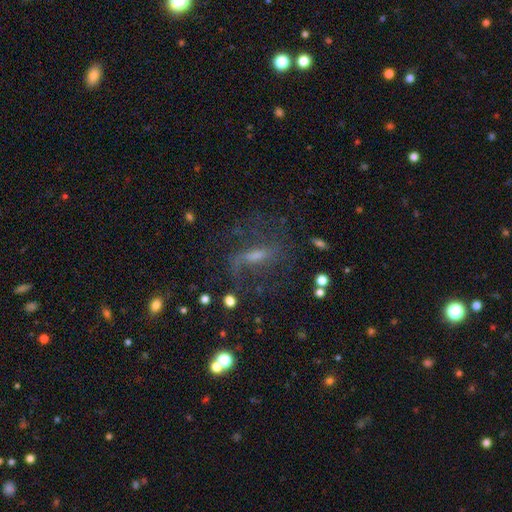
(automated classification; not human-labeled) smooth-or-featured: featured or disk: 68% | smooth: 18% | star or artifact: 14%
  disk-edge-on: no: 87% | yes: 13%
    bar: weak: 44% | strong: 35% | no: 21%
    has-spiral-arms: yes: 83% | no: 17%
    bulge-size: small: 38% | moderate: 35% | none: 19% | large: 7% | dominant: 2%
  merging: none: 58% | major disturbance: 22% | minor disturbance: 17% | merger: 3%